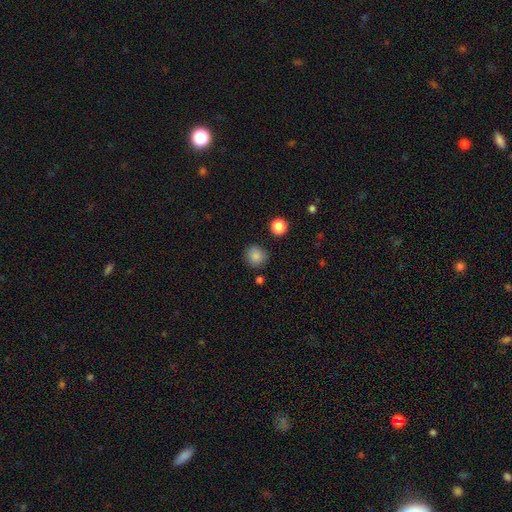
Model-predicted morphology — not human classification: This is clearly a smooth galaxy (85%). How rounded: clearly round (91%). Merging: clearly none (86%).